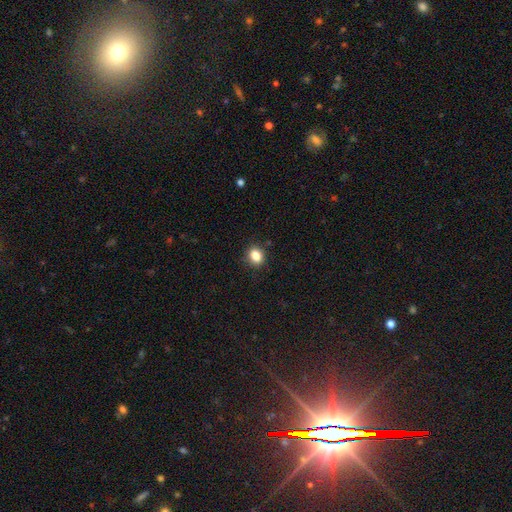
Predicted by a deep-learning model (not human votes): This appears to be a smooth galaxy with no disk features (85%) that is in between round and cigar-shaped (56%). Merging: none (87%).